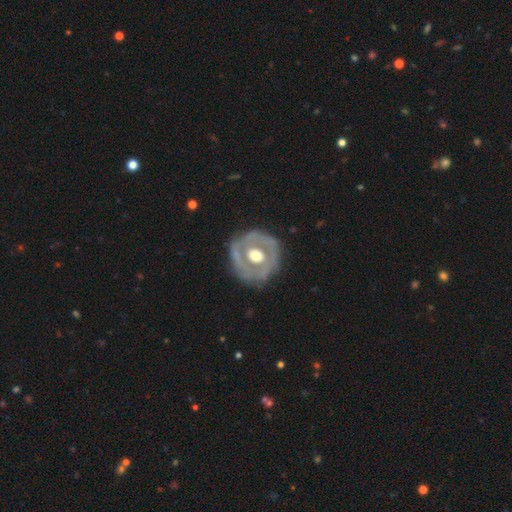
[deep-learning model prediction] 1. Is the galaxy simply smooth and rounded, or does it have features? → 66% featured or disk, 29% smooth, 5% star or artifact.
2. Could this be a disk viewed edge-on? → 96% no, 4% yes.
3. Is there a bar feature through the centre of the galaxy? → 79% no, 15% weak, 6% strong.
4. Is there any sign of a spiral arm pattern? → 74% no, 26% yes.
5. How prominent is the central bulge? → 63% moderate, 30% large, 4% small, 2% dominant, 1% none.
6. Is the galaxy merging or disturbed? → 73% none, 18% minor disturbance, 8% major disturbance, 2% merger.